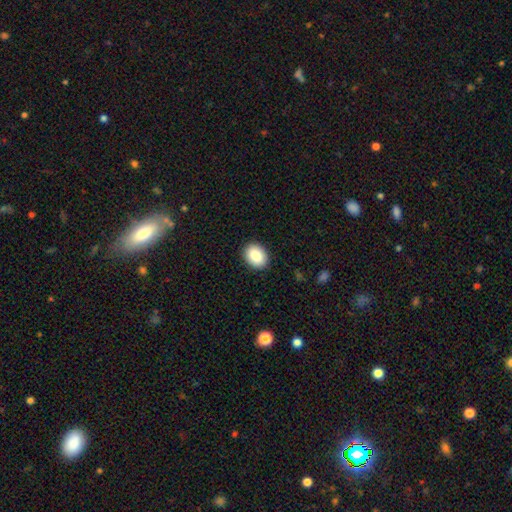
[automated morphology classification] This appears to be a smooth galaxy with no disk features (87%) that is in between round and cigar-shaped (56%). Merging: none (91%).